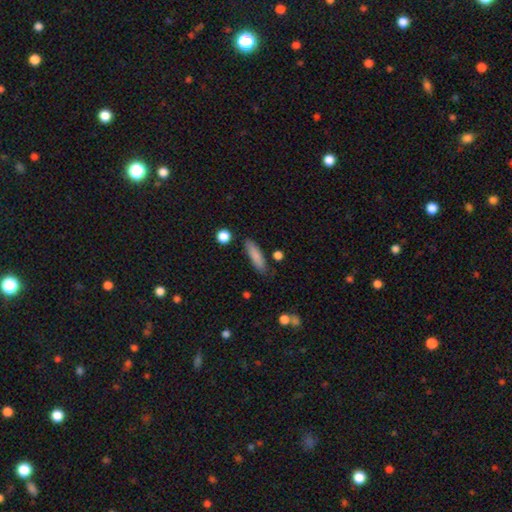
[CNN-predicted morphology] This appears to be a smooth galaxy with no disk features (84%) that is cigar-shaped (68%). Merging: none (81%).